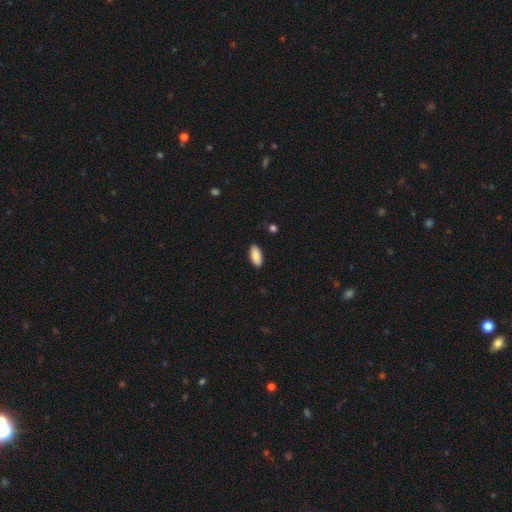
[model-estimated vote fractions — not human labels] Smooth or featured?
  - smooth: 88% *
  - featured or disk: 6%
  - star or artifact: 6%
How rounded?
  - in between: 86% *
  - cigar-shaped: 12%
  - round: 2%
Merging?
  - none: 89% *
  - minor disturbance: 8%
  - major disturbance: 2%
  - merger: 1%